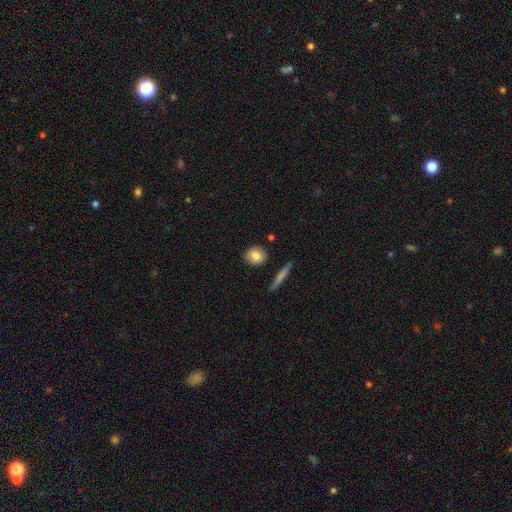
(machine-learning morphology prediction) Smooth or featured? Predicted: smooth (p=0.80). How rounded? Predicted: round (p=0.62). Merging? Predicted: none (p=0.83).